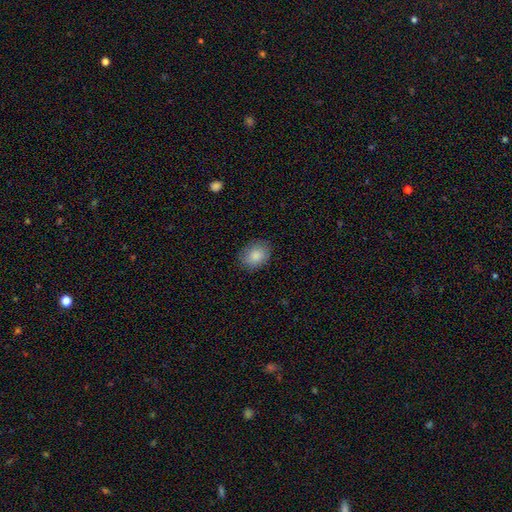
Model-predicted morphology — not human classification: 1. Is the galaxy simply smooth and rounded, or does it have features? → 86% smooth, 8% star or artifact, 6% featured or disk.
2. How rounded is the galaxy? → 62% in between, 37% round, 1% cigar-shaped.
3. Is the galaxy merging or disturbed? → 85% none, 11% minor disturbance, 3% major disturbance, 1% merger.